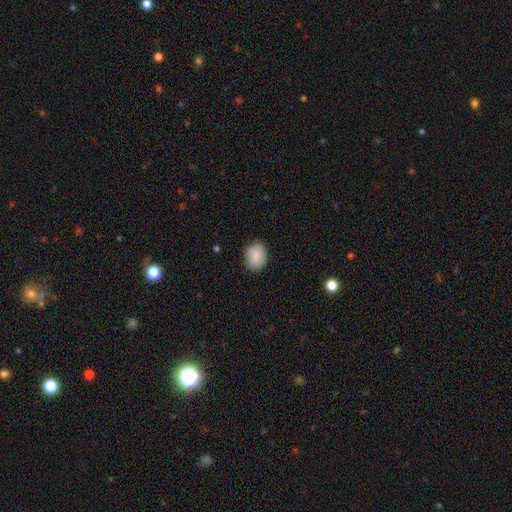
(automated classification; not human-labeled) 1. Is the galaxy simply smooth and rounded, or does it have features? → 89% smooth, 7% star or artifact, 4% featured or disk.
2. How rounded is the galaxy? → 69% in between, 30% round, 1% cigar-shaped.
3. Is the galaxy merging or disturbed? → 86% none, 11% minor disturbance, 2% major disturbance, 1% merger.